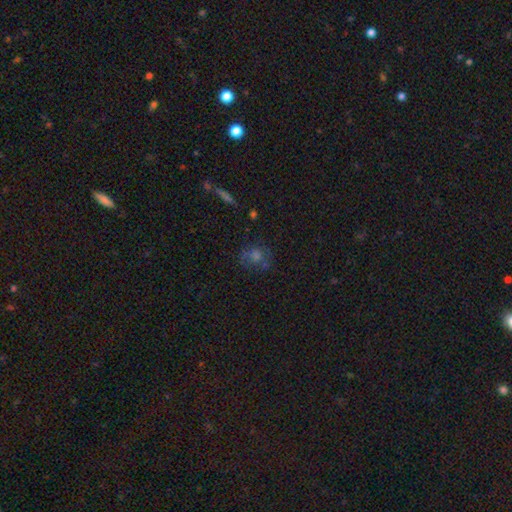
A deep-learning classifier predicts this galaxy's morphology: smooth-or-featured: smooth: 44% | star or artifact: 29% | featured or disk: 26%
  merging: none: 66% | minor disturbance: 18% | major disturbance: 9% | merger: 7%